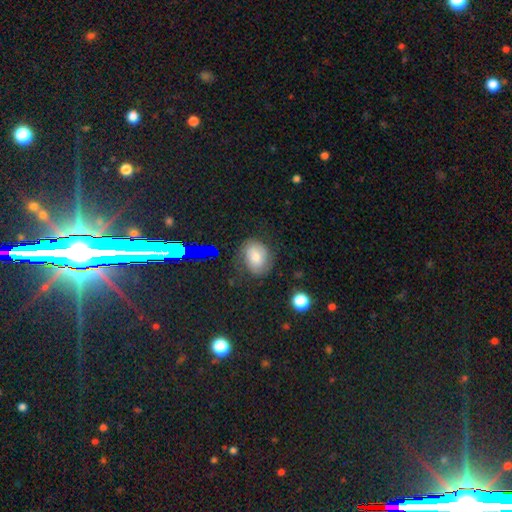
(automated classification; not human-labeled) Q: Smooth or featured?
A: smooth (48%); runner-up: featured or disk (35%)
Q: Merging?
A: none (73%); runner-up: minor disturbance (18%)